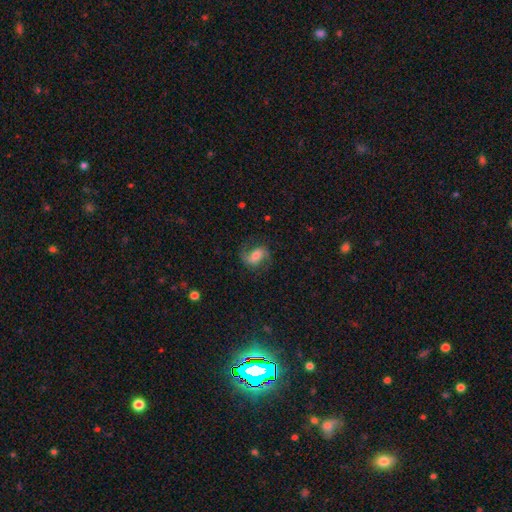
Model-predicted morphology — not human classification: smooth_or_featured: featured or disk (p=0.65) [alt: smooth p=0.27]
disk_edge_on: no (p=0.97) [alt: yes p=0.03]
bar: weak (p=0.40) [alt: no p=0.37]
has_spiral_arms: yes (p=0.92) [alt: no p=0.08]
spiral_winding: medium (p=0.44) [alt: loose p=0.43]
spiral_arm_count: 2 (p=0.89) [alt: can't tell p=0.05]
bulge_size: moderate (p=0.52) [alt: small p=0.31]
merging: none (p=0.72) [alt: minor disturbance p=0.16]